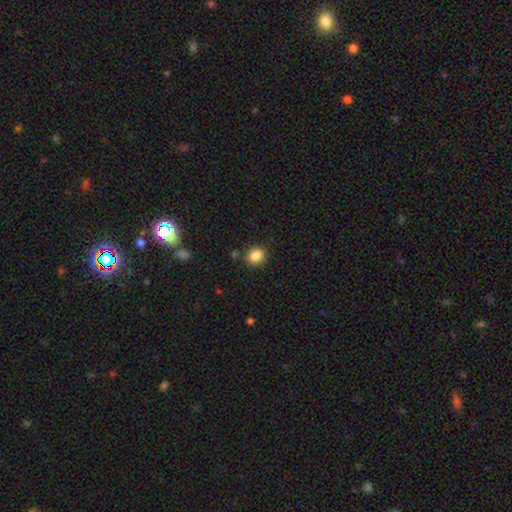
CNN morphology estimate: This is clearly a smooth galaxy (86%). How rounded: possibly round (54%). Merging: clearly none (84%).